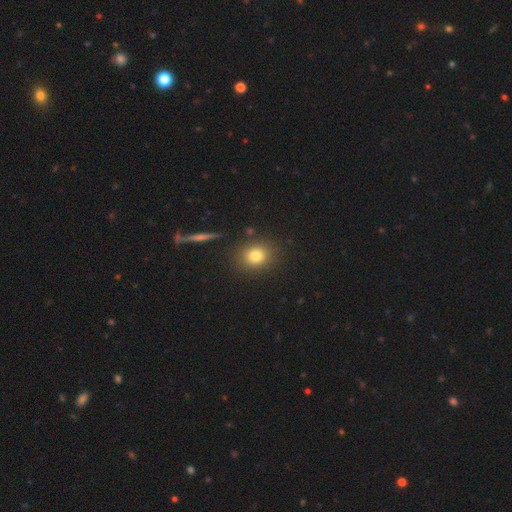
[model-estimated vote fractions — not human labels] smooth 79%, star or artifact 12%, featured or disk 9%. Down the decision tree: how rounded — round (67%); merging — none (85%).